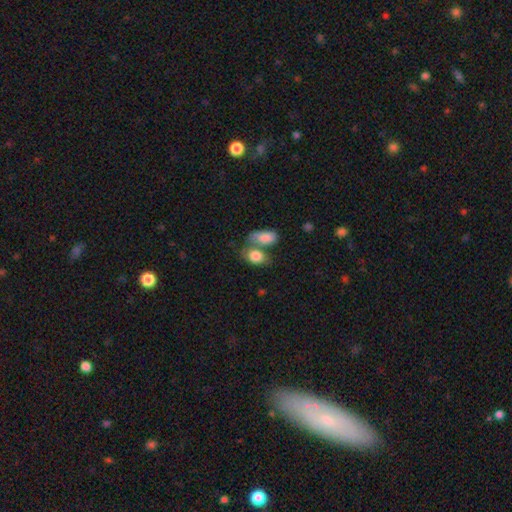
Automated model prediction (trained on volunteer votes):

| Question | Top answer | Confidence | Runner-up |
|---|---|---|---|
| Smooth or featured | smooth | 83% | featured or disk (10%) |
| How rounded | in between | 85% | round (13%) |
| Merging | merger | 52% | none (31%) |